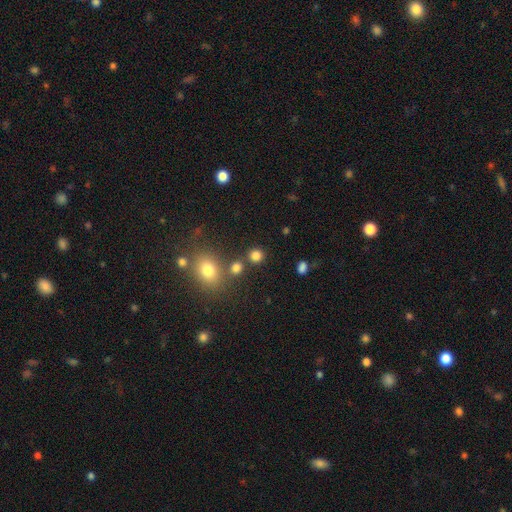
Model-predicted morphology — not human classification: Smooth or featured? smooth (80%)
How rounded? round (85%)
Merging? none (79%)